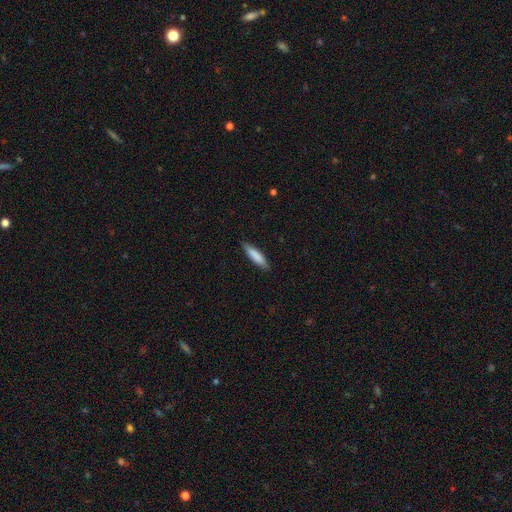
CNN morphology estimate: Smooth or featured? smooth (84%)
How rounded? cigar-shaped (76%)
Merging? none (87%)